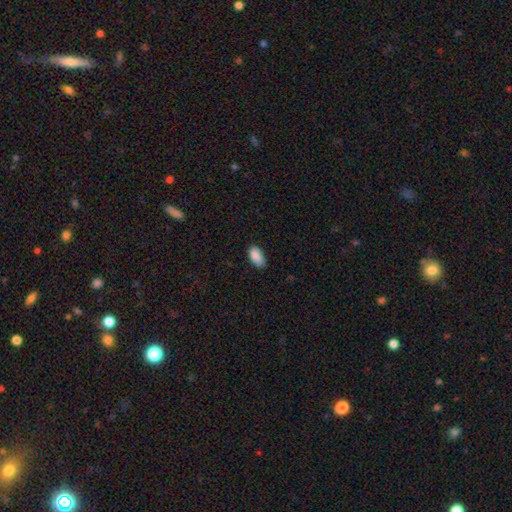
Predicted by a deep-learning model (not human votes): Smooth or featured? Predicted: smooth (p=0.89). How rounded? Predicted: in between (p=0.94). Merging? Predicted: none (p=0.75).